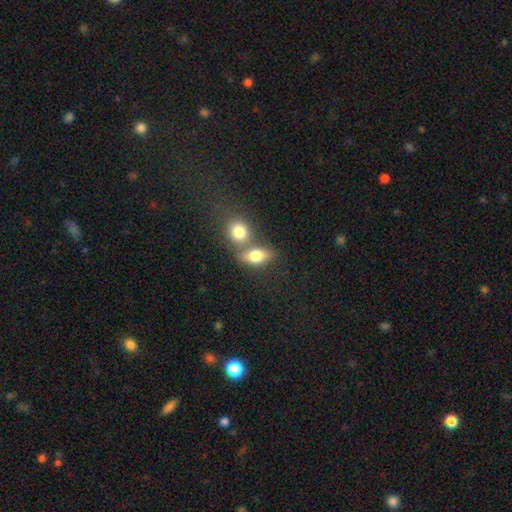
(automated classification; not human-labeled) Overall: smooth (78%). How rounded: in between (74%). Merging: merger (48%; none 38%).